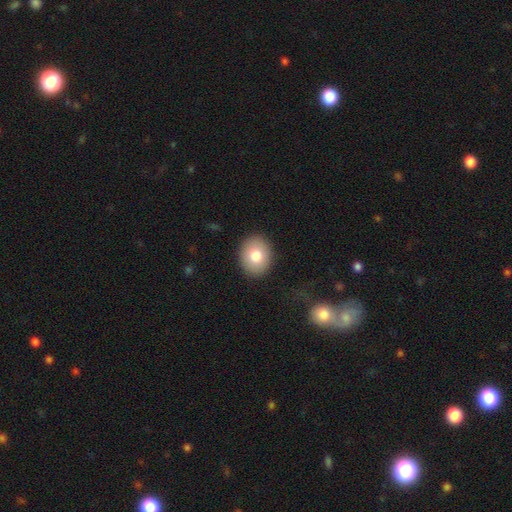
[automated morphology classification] Overall: smooth (78%). How rounded: round (52%; in between 47%). Merging: none (90%).